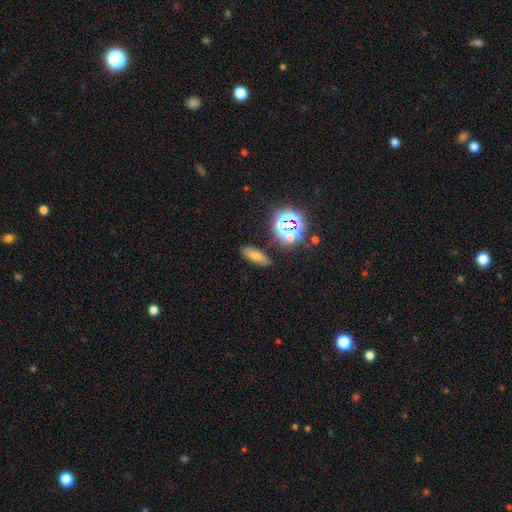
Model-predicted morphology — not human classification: The model was most divided on "how rounded": in between: 62%, cigar-shaped: 31%, round: 7%. More confident: merging — none (84%); smooth or featured — smooth (66%).